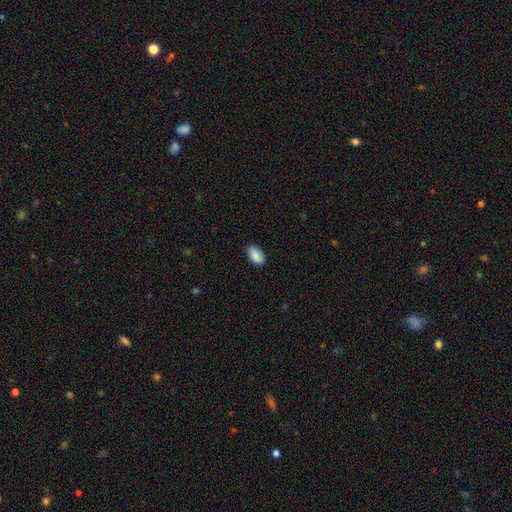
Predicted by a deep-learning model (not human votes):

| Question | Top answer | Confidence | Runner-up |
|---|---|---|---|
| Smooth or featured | smooth | 88% | star or artifact (7%) |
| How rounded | in between | 94% | round (4%) |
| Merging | none | 84% | minor disturbance (13%) |